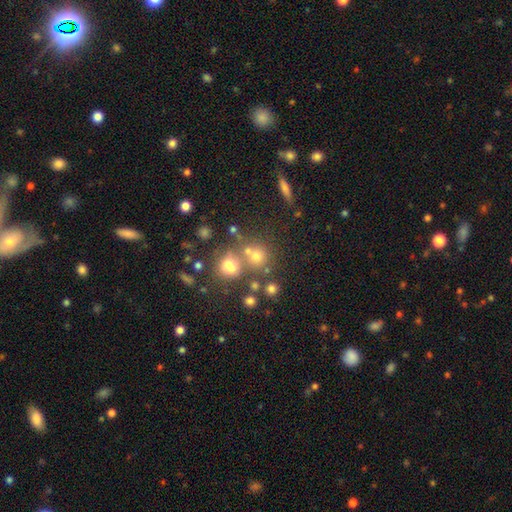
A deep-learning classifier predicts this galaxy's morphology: Smooth or featured: smooth — 68% (star or artifact — 19%)
How rounded: round — 83% (in between — 16%)
Merging: none — 54% (merger — 30%)